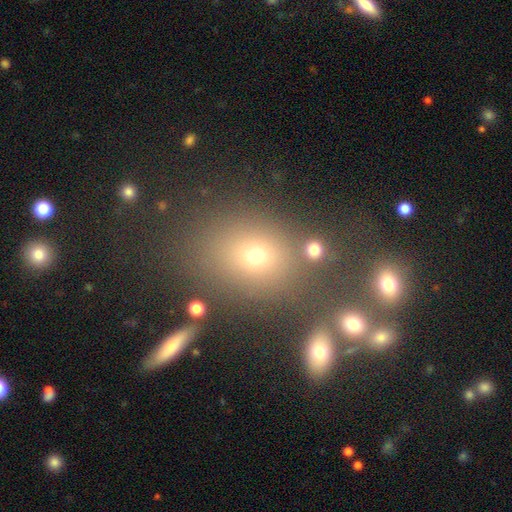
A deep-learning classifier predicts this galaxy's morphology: This appears to be a smooth galaxy with no disk features (68%) that is round (54%). Merging: none (70%).